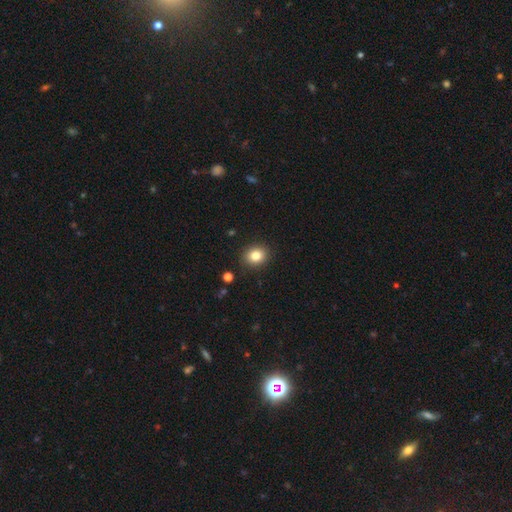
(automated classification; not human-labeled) This appears to be a smooth galaxy with no disk features (83%) that is round (65%). Merging: none (89%).